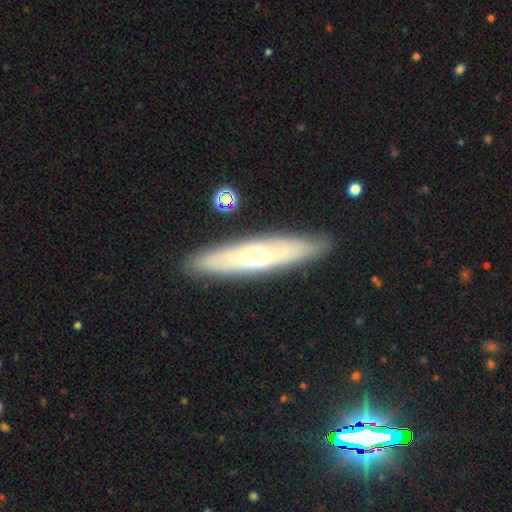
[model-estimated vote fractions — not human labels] featured or disk 55%, smooth 39%, star or artifact 6%. Down the decision tree: edge-on disk — yes (64%); merging — none (88%).